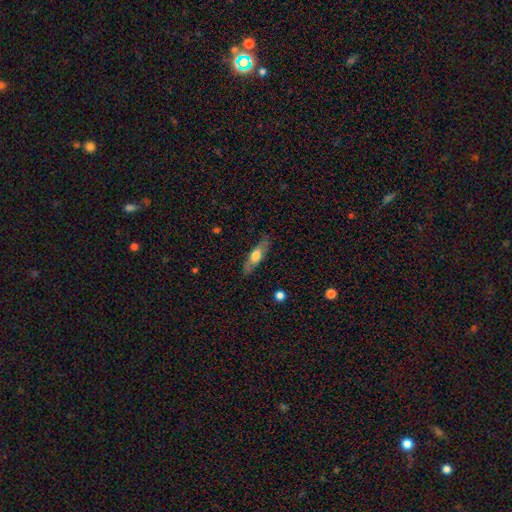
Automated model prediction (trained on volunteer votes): Smooth or featured: smooth — 55% (featured or disk — 39%)
How rounded: cigar-shaped — 54% (in between — 44%)
Merging: none — 81% (minor disturbance — 15%)